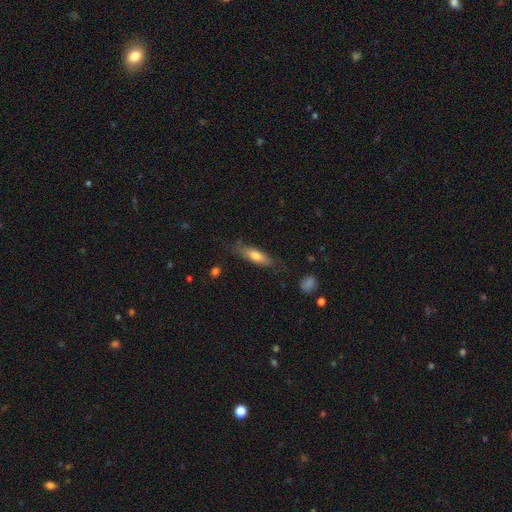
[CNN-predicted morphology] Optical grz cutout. It shows a smooth galaxy with no disk features (69%) that is cigar-shaped (55%). Merging: none (74%).